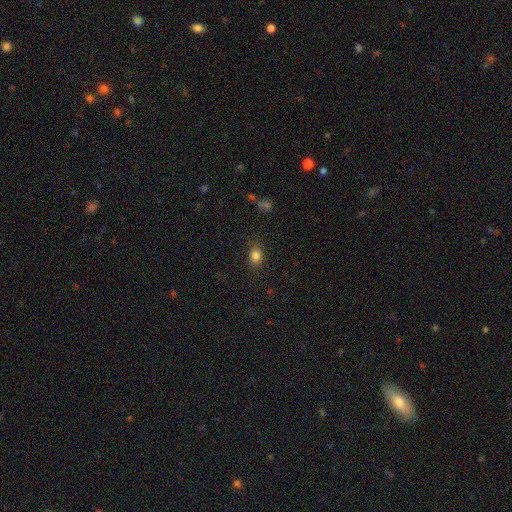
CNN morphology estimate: Overall: smooth (83%). How rounded: in between (69%; round 30%). Merging: none (83%).